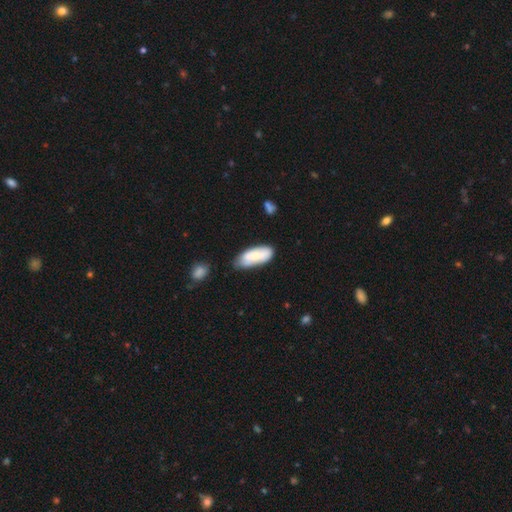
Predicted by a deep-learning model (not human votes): Q: Smooth or featured?
A: smooth (69%); runner-up: featured or disk (25%)
Q: How rounded?
A: in between (80%); runner-up: cigar-shaped (18%)
Q: Merging?
A: none (58%); runner-up: minor disturbance (30%)